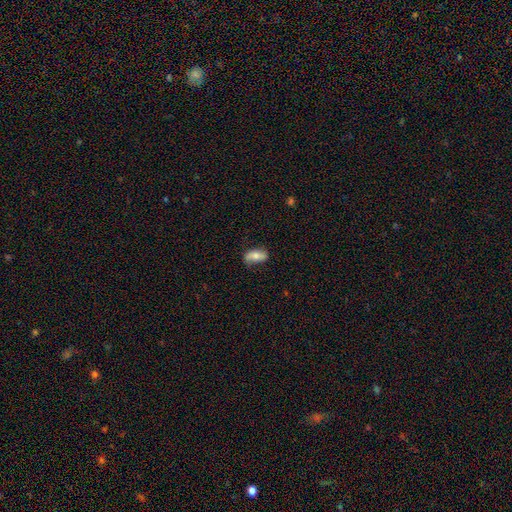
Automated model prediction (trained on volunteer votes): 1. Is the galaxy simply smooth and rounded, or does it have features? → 66% smooth, 27% featured or disk, 7% star or artifact.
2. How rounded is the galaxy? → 87% in between, 10% cigar-shaped, 4% round.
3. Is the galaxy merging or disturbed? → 70% none, 23% minor disturbance, 5% major disturbance, 2% merger.